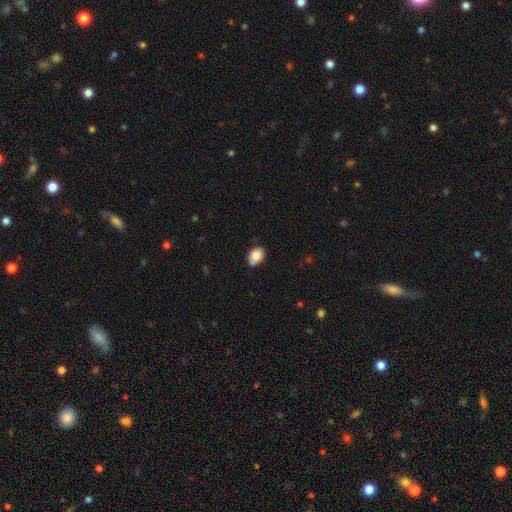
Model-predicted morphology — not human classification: Smooth or featured: smooth — 85% (star or artifact — 8%)
How rounded: in between — 75% (round — 24%)
Merging: none — 71% (minor disturbance — 23%)